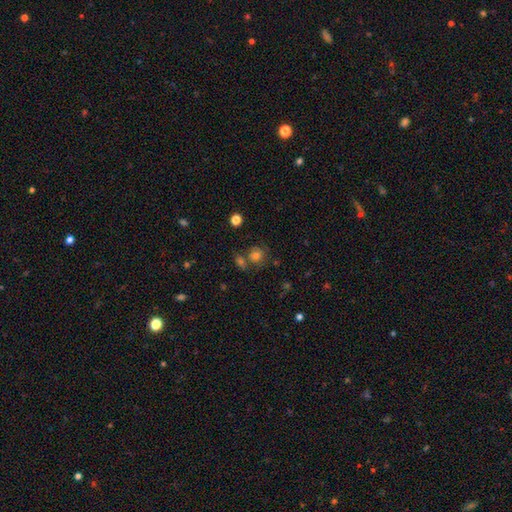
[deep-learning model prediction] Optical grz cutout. It shows a smooth galaxy with no disk features (74%) that is round (85%). Merging: none (62%).